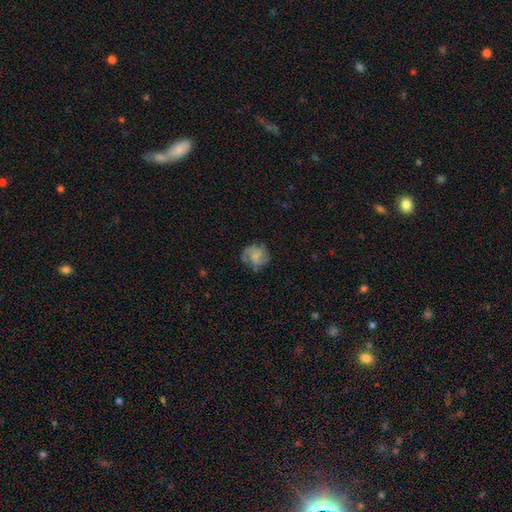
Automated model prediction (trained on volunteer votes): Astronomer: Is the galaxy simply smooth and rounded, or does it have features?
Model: featured or disk — 65%.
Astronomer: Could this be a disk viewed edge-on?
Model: no — 98%.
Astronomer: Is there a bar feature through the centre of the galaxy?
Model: no — 62%.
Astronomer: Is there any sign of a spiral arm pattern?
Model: yes — 90%.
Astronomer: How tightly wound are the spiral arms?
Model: medium — 46% (runner-up: tight, 37%).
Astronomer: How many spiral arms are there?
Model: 2 — 45% (runner-up: 3, 24%).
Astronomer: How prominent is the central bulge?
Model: small — 39% (runner-up: none, 29%).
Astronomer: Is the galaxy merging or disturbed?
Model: none — 70%.